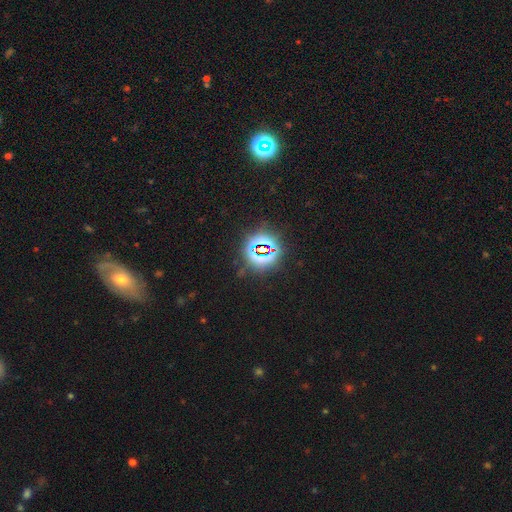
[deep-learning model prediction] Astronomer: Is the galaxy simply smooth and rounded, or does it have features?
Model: star or artifact — 77%.